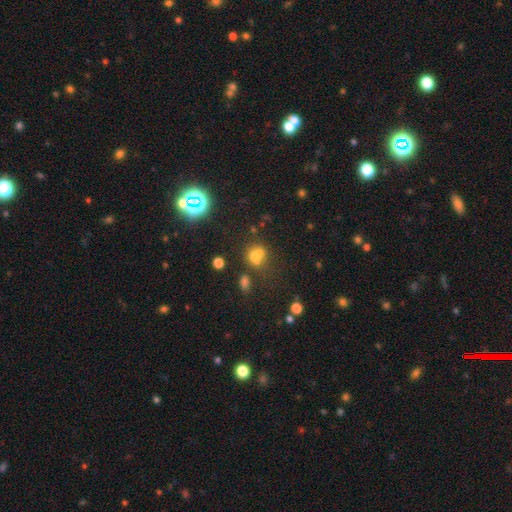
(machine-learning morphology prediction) This appears to be a smooth galaxy with no disk features (59%) that is round (63%). Merging: merger (48%).